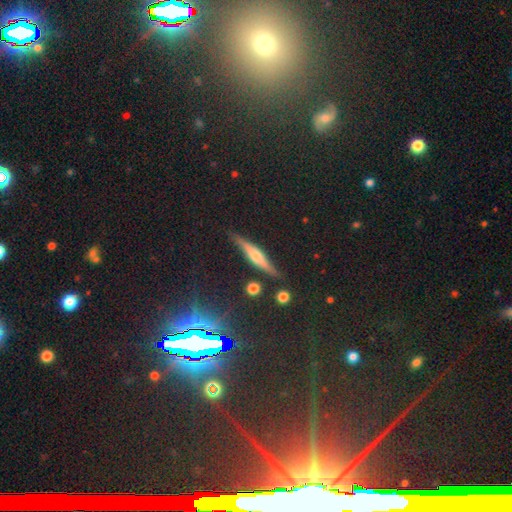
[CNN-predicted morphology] Overall: featured or disk (59%; smooth 24%). Edge-on disk: yes (94%). Edge-on bulge: rounded (78%). Merging: none (84%).